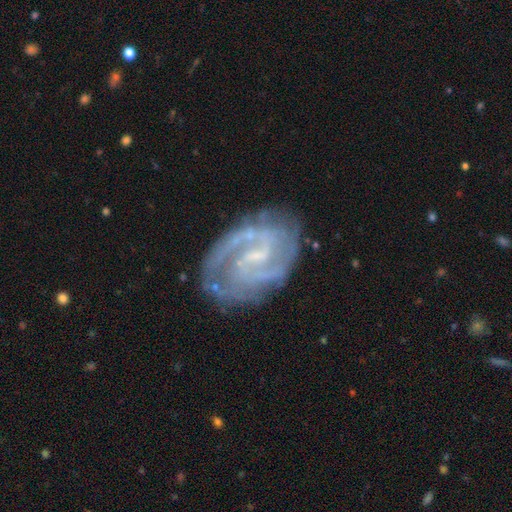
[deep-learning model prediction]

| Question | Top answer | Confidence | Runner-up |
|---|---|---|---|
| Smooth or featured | featured or disk | 88% | smooth (7%) |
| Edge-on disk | no | 98% | yes (2%) |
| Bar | weak | 55% | no (23%) |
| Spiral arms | yes | 95% | no (5%) |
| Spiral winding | medium | 47% | tight (39%) |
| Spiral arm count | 2 | 64% | can't tell (15%) |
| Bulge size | small | 51% | none (31%) |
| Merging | none | 71% | minor disturbance (18%) |